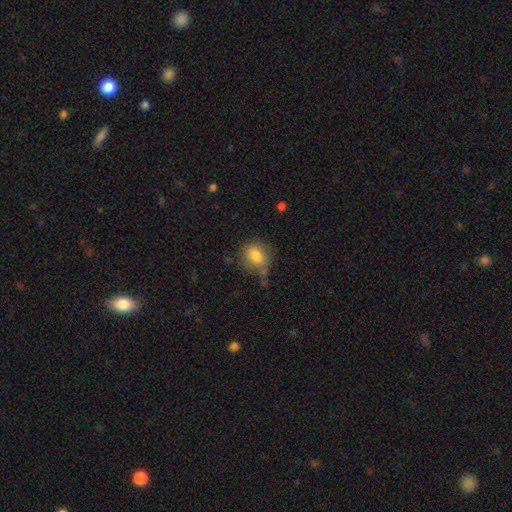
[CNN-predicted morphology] A smooth galaxy with no disk features (80%) that is round (51%).

Vote fractions:
- Smooth or featured? smooth: 80% / featured or disk: 12% / star or artifact: 9%
- How rounded? round: 51% / in between: 47% / cigar-shaped: 2%
- Merging? none: 59% / minor disturbance: 25% / major disturbance: 9% / merger: 7%